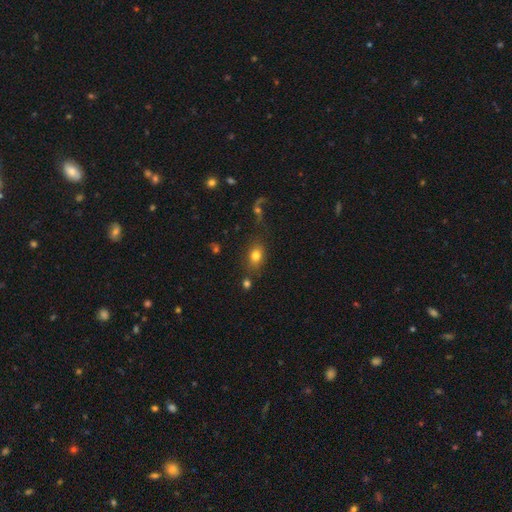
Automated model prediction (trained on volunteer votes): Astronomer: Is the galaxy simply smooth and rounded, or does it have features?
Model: smooth — 78%.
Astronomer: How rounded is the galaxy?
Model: in between — 67%.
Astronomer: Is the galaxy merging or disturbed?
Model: none — 74%.